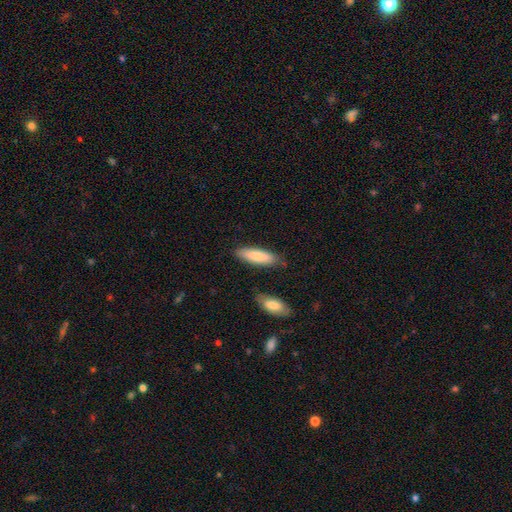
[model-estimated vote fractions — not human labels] This appears to be a smooth galaxy with no disk features (82%) that is cigar-shaped (59%). Merging: none (81%).